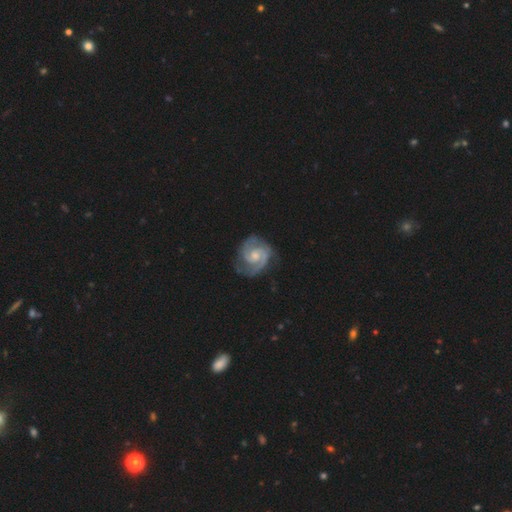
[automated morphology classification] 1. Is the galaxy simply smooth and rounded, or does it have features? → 91% featured or disk, 5% smooth, 4% star or artifact.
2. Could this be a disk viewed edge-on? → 98% no, 2% yes.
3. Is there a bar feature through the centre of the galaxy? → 57% no, 37% weak, 6% strong.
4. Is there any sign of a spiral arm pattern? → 98% yes, 2% no.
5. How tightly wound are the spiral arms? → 52% tight, 41% medium, 6% loose.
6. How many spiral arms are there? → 81% 2, 9% 3, 5% can't tell, 2% 1, 2% 4, 2% more than 4.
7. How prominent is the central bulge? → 51% moderate, 38% small, 6% none, 4% large, 1% dominant.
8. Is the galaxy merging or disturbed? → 75% none, 18% minor disturbance, 6% major disturbance, 1% merger.